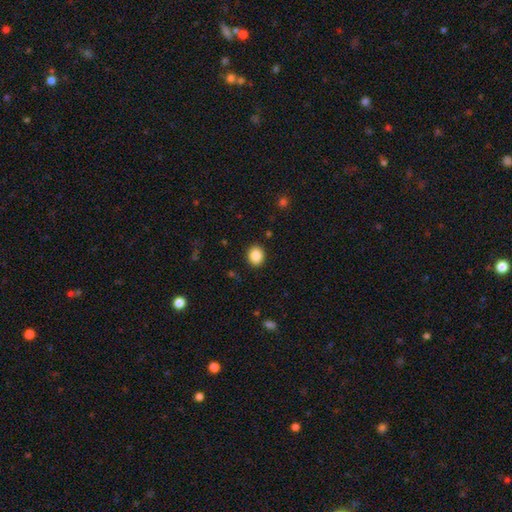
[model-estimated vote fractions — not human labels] smooth 87%, star or artifact 9%, featured or disk 4%. Down the decision tree: how rounded — round (62%); merging — none (90%).